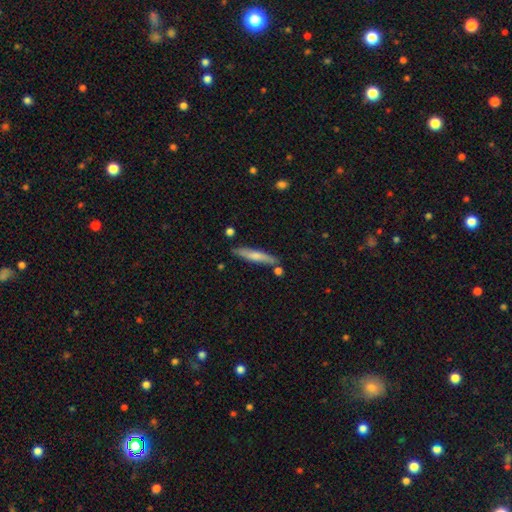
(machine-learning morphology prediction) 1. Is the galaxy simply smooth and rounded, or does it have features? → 61% smooth, 33% featured or disk, 6% star or artifact.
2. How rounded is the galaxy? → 90% cigar-shaped, 9% in between, 1% round.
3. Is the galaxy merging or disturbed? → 80% none, 12% minor disturbance, 6% merger, 2% major disturbance.